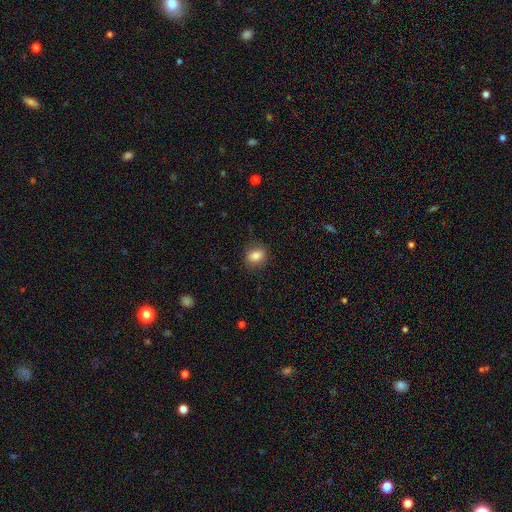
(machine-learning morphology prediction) smooth_or_featured: smooth (p=0.83) [alt: star or artifact p=0.09]
how_rounded: in between (p=0.60) [alt: round p=0.38]
merging: none (p=0.83) [alt: minor disturbance p=0.13]